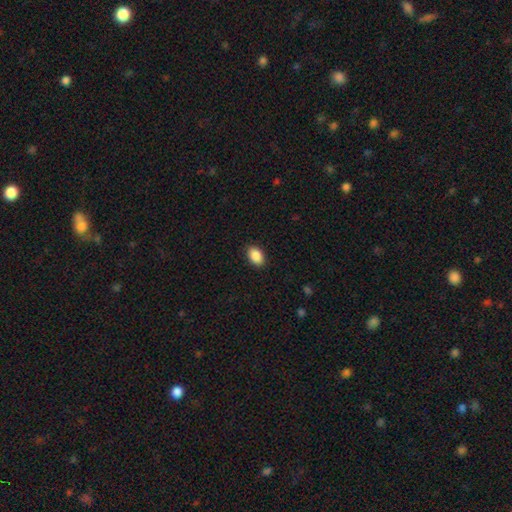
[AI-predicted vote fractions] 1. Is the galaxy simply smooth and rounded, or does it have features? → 90% smooth, 7% star or artifact, 3% featured or disk.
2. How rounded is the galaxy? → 87% in between, 11% round, 1% cigar-shaped.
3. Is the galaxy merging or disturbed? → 88% none, 9% minor disturbance, 2% major disturbance, 1% merger.